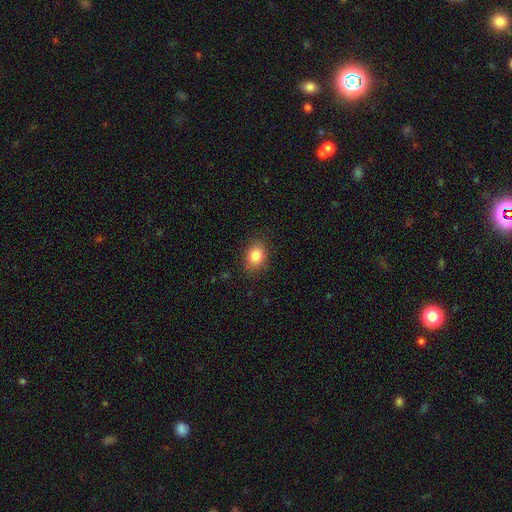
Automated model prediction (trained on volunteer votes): This appears to be a smooth galaxy with no disk features (83%) that is in between round and cigar-shaped (50%). Merging: none (85%).